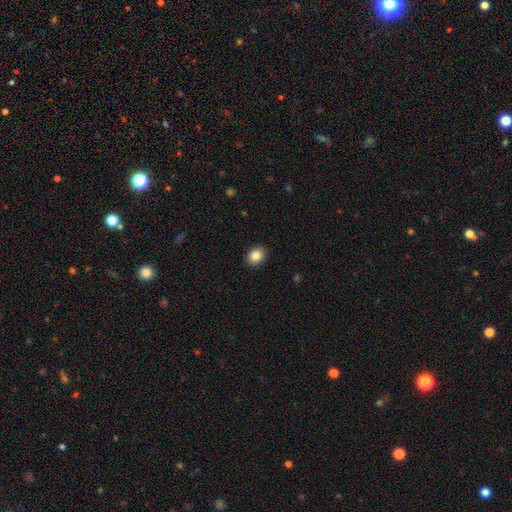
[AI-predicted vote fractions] A smooth galaxy with no disk features (85%) that is round (56%). Merging: none (91%).